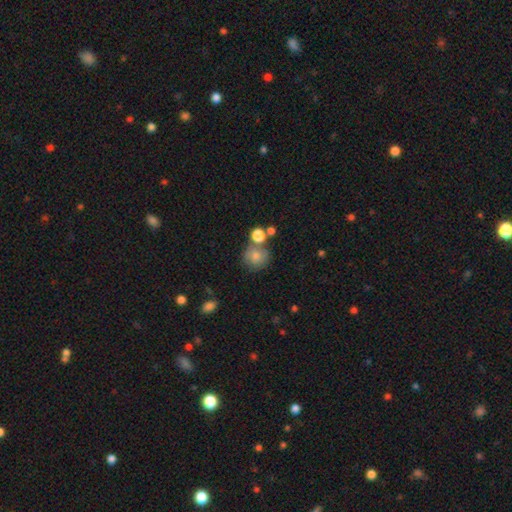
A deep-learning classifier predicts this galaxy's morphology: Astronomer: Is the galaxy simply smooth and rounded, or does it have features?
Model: smooth — 77%.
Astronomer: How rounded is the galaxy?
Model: round — 87%.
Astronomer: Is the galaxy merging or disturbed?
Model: none — 60%.